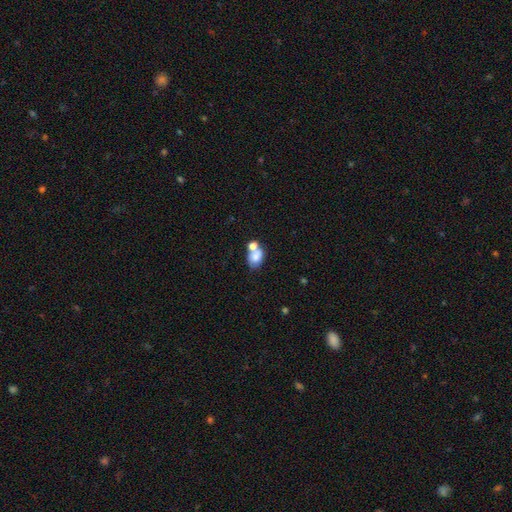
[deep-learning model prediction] Smooth or featured? Predicted: smooth (p=0.72). How rounded? Predicted: in between (p=0.77). Merging? Predicted: merger (p=0.49).